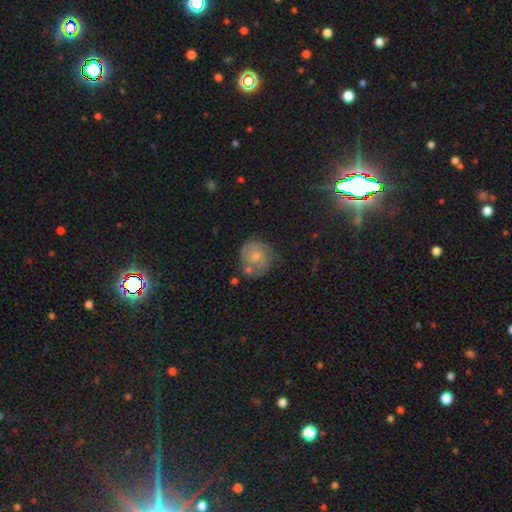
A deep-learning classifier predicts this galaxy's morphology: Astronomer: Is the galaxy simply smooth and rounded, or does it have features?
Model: featured or disk — 47% (runner-up: smooth, 44%).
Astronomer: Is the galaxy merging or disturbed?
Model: none — 61%.